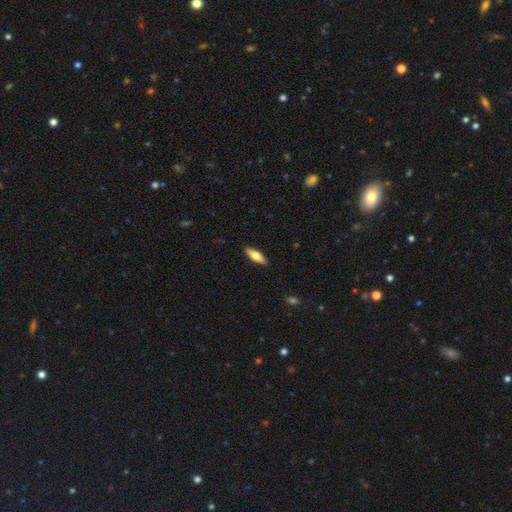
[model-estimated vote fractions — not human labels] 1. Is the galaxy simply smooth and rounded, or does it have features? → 56% smooth, 38% featured or disk, 6% star or artifact.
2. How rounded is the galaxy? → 51% in between, 46% cigar-shaped, 2% round.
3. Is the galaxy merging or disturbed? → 90% none, 7% minor disturbance, 2% major disturbance, 1% merger.